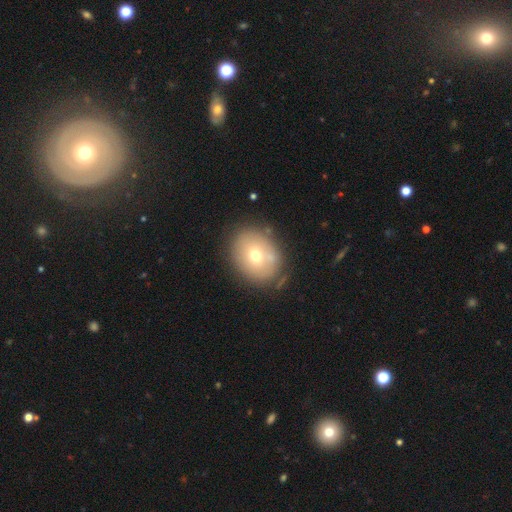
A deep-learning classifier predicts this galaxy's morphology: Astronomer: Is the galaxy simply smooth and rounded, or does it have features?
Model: smooth — 66%.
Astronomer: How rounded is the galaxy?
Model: round — 50% (runner-up: in between, 49%).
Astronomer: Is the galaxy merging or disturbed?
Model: none — 76%.